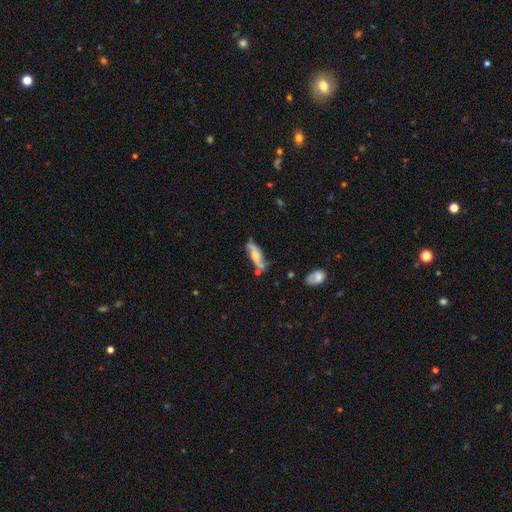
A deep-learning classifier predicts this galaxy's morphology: The model was most divided on "smooth or featured": featured or disk: 60%, smooth: 33%, star or artifact: 7%. More confident: edge-on disk — no (73%); merging — none (65%).